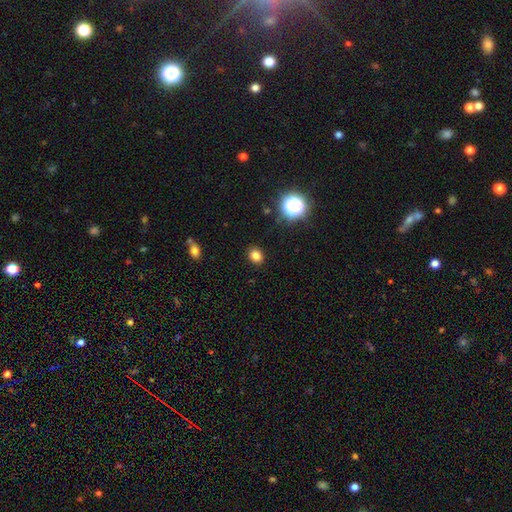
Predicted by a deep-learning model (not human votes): Smooth or featured?
  - smooth: 80% *
  - star or artifact: 15%
  - featured or disk: 5%
How rounded?
  - round: 64% *
  - in between: 35%
  - cigar-shaped: 1%
Merging?
  - none: 89% *
  - minor disturbance: 7%
  - major disturbance: 2%
  - merger: 1%